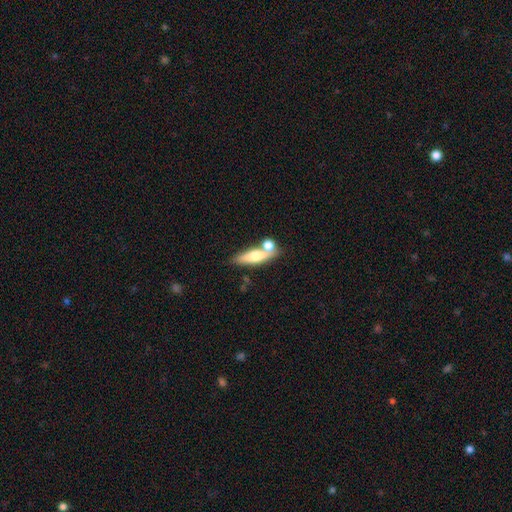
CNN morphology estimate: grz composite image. It shows a smooth galaxy with no disk features (57%) that is cigar-shaped (58%). Merging: none (56%).